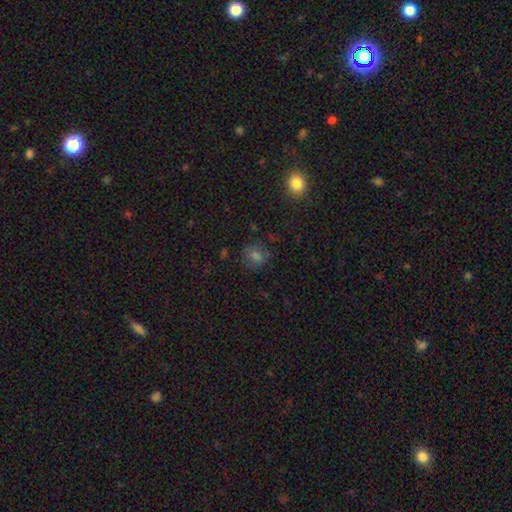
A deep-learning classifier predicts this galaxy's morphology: Smooth or featured: smooth — 67% (star or artifact — 22%)
How rounded: round — 71% (in between — 28%)
Merging: none — 78% (minor disturbance — 14%)